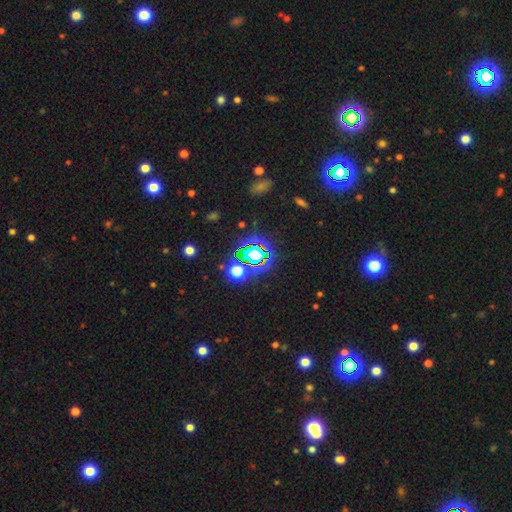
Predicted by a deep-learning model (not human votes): A star or artifact, not a galaxy (72%).

Vote fractions:
- Smooth or featured? star or artifact: 72% / smooth: 18% / featured or disk: 10%